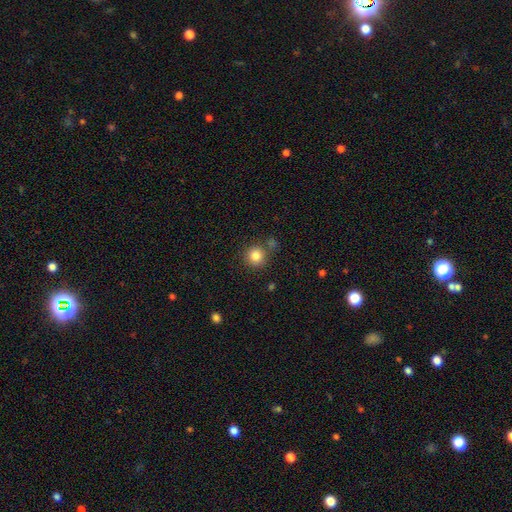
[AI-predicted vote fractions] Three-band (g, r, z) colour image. It shows a smooth galaxy with no disk features (84%) that is round (93%). Merging: none (78%).